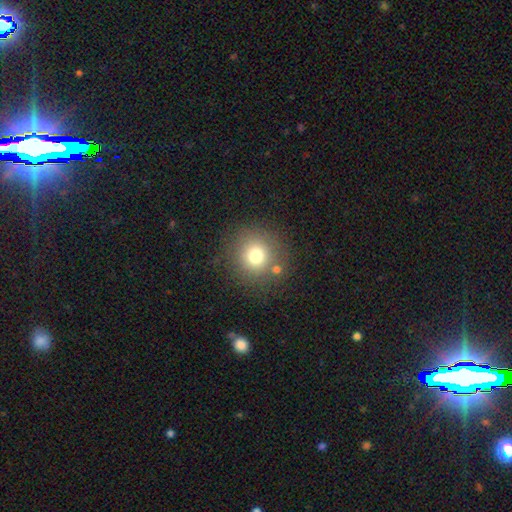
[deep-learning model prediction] Q: Smooth or featured?
A: smooth (74%); runner-up: star or artifact (15%)
Q: How rounded?
A: round (92%); runner-up: in between (7%)
Q: Merging?
A: none (80%); runner-up: minor disturbance (9%)